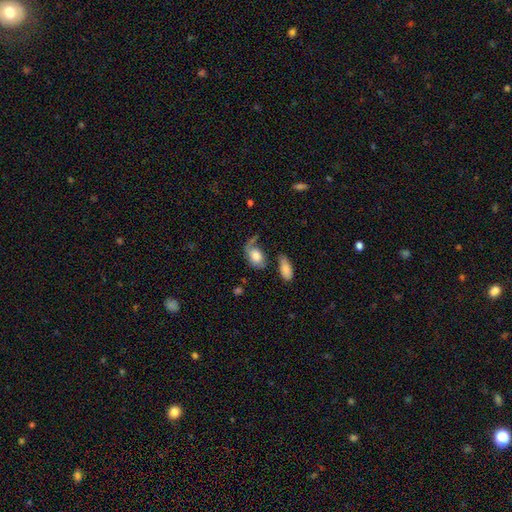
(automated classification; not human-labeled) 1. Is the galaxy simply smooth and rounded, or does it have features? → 50% smooth, 42% featured or disk, 8% star or artifact.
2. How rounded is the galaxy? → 77% in between, 21% round, 2% cigar-shaped.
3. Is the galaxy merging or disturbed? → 34% none, 32% major disturbance, 22% minor disturbance, 11% merger.